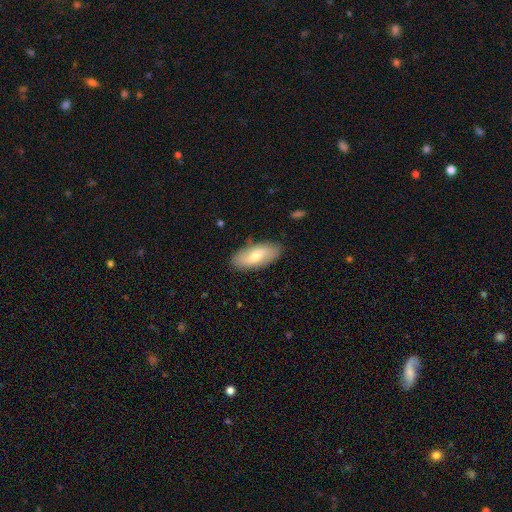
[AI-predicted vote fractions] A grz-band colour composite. It shows a smooth galaxy with no disk features (58%) that is in between round and cigar-shaped (87%). Merging: none (86%).